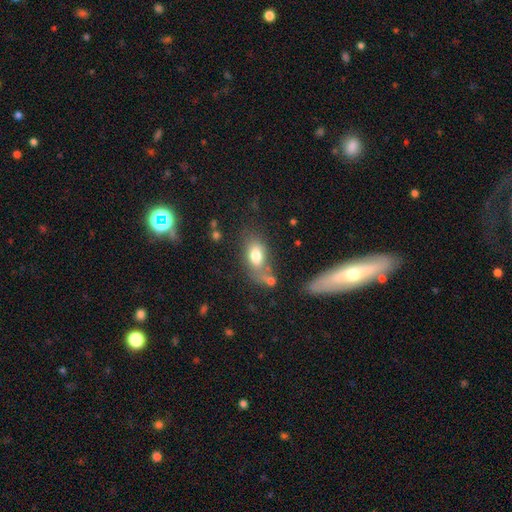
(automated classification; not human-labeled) A smooth galaxy with no disk features (76%) that is in between round and cigar-shaped (86%). Merging: none (50%).